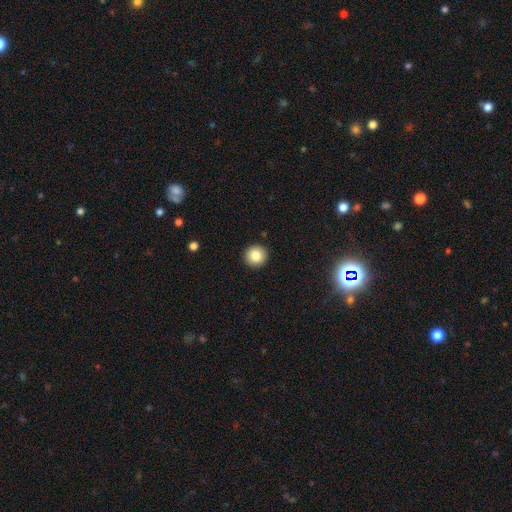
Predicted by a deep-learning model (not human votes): This is clearly a smooth galaxy (84%). How rounded: clearly round (95%). Merging: clearly none (93%).